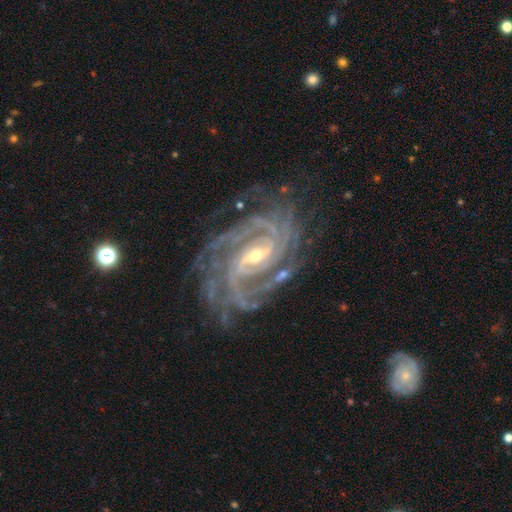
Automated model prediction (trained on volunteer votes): featured or disk 93%, star or artifact 5%, smooth 3%. Down the decision tree: edge-on disk — no (97%); bar — weak (42%); spiral arms — yes (99%); spiral arm count — 4 (24%); spiral winding — tight (62%); bulge size — small (61%); merging — none (73%).